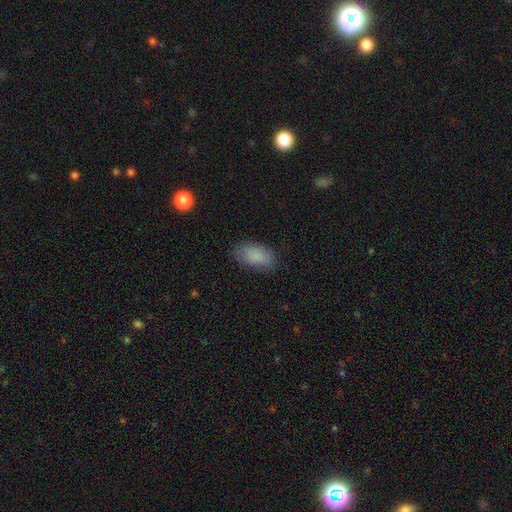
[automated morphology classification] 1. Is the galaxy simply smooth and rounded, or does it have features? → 87% smooth, 8% star or artifact, 6% featured or disk.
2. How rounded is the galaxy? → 92% in between, 4% round, 4% cigar-shaped.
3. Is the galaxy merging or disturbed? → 82% none, 13% minor disturbance, 4% major disturbance, 1% merger.